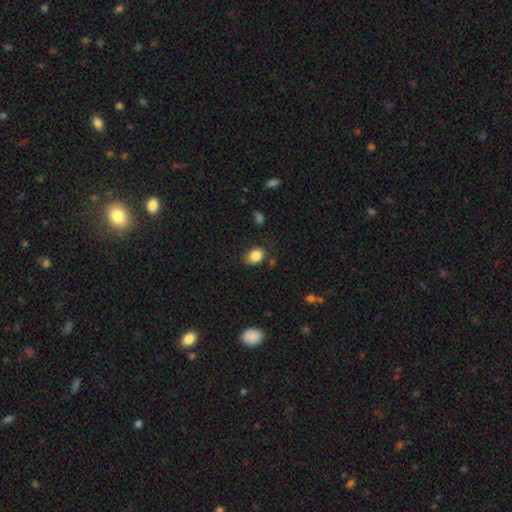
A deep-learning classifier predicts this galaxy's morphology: The model was most divided on "how rounded": in between: 64%, round: 35%, cigar-shaped: 1%. More confident: smooth or featured — smooth (85%); merging — none (75%).